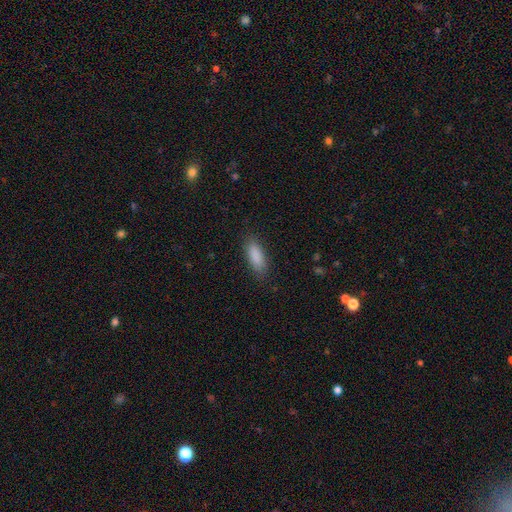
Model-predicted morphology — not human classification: Smooth or featured: smooth — 89% (star or artifact — 6%)
How rounded: in between — 70% (cigar-shaped — 28%)
Merging: none — 85% (minor disturbance — 11%)